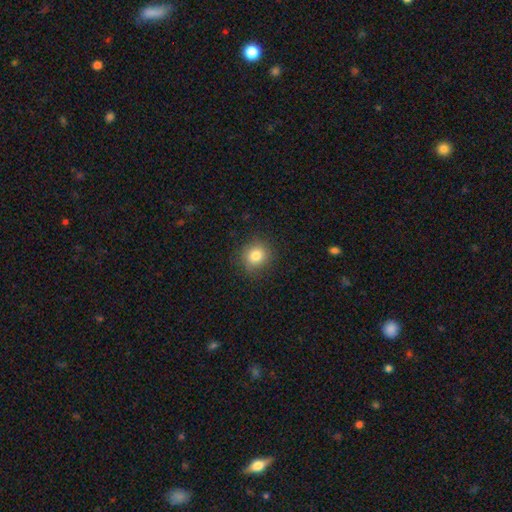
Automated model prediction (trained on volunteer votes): Q: Smooth or featured?
A: smooth (82%); runner-up: star or artifact (11%)
Q: How rounded?
A: round (84%); runner-up: in between (15%)
Q: Merging?
A: none (87%); runner-up: minor disturbance (9%)